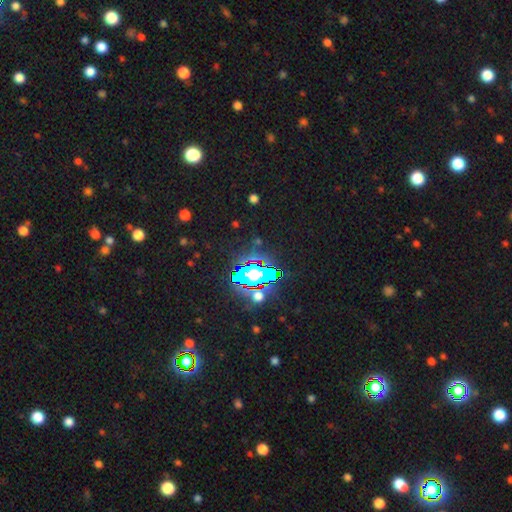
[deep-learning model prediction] Smooth or featured? Predicted: star or artifact (p=0.82).